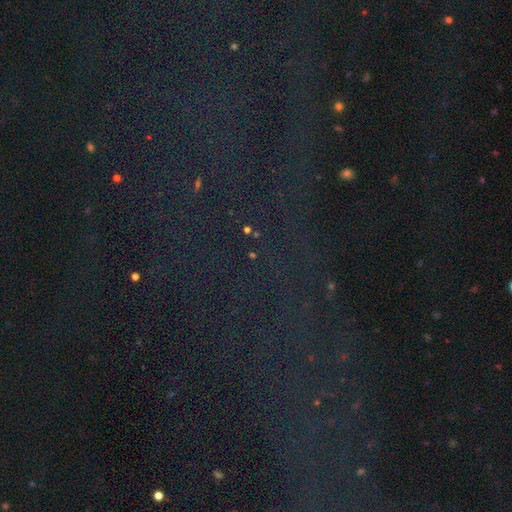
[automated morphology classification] type=star or artifact (83%).